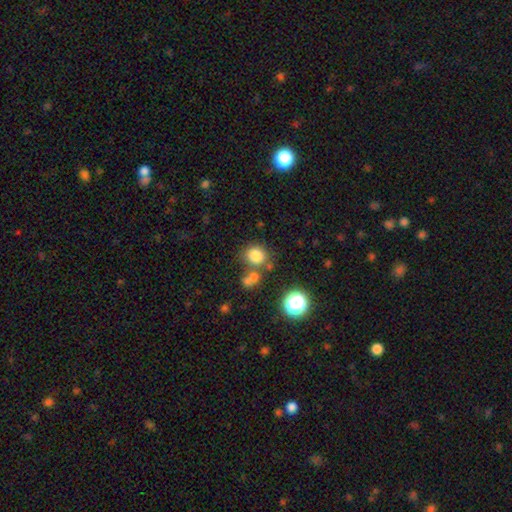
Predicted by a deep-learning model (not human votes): This appears to be a smooth galaxy with no disk features (79%) that is round (80%). Merging: none (65%).